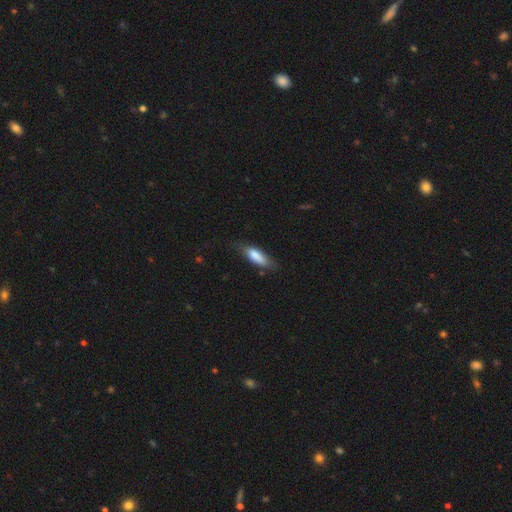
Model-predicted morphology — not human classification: Smooth or featured? smooth (81%)
How rounded? in between (54%)
Merging? none (66%)